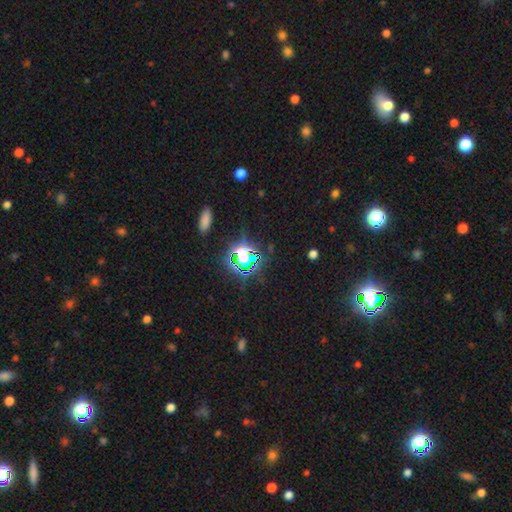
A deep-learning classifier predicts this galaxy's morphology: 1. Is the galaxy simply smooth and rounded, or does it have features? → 75% star or artifact, 17% smooth, 8% featured or disk.